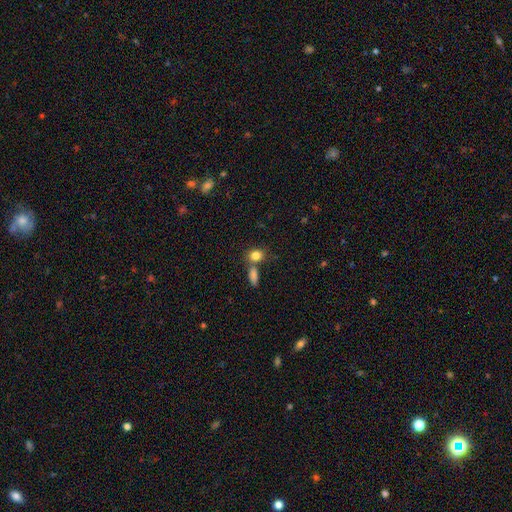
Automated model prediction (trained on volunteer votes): Q: Smooth or featured?
A: smooth (83%); runner-up: star or artifact (9%)
Q: How rounded?
A: in between (51%); runner-up: round (46%)
Q: Merging?
A: none (54%); runner-up: merger (31%)